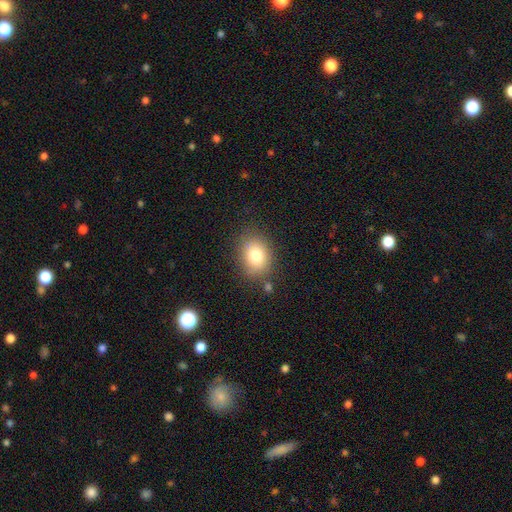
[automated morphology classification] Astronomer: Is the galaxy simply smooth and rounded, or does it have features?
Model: smooth — 79%.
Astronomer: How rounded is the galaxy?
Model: in between — 60% (runner-up: round, 38%).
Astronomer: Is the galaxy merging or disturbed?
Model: none — 79%.